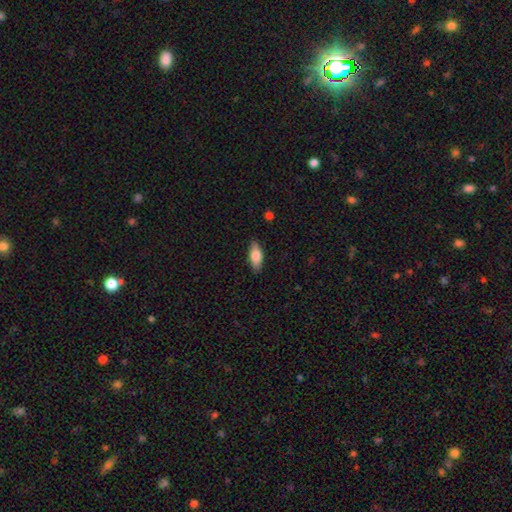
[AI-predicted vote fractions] Smooth or featured?
  - smooth: 74% *
  - featured or disk: 19%
  - star or artifact: 6%
How rounded?
  - in between: 79% *
  - cigar-shaped: 18%
  - round: 3%
Merging?
  - none: 86% *
  - minor disturbance: 11%
  - major disturbance: 2%
  - merger: 1%